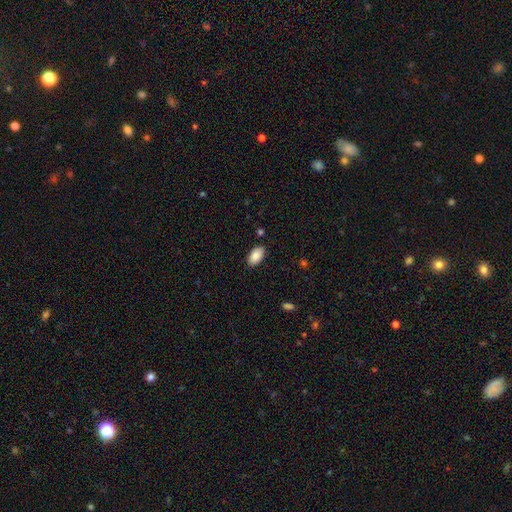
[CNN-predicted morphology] A smooth galaxy with no disk features (89%) that is in between round and cigar-shaped (95%).

Vote fractions:
- Smooth or featured? smooth: 89% / star or artifact: 7% / featured or disk: 5%
- How rounded? in between: 95% / round: 4% / cigar-shaped: 2%
- Merging? none: 86% / minor disturbance: 10% / major disturbance: 2% / merger: 1%